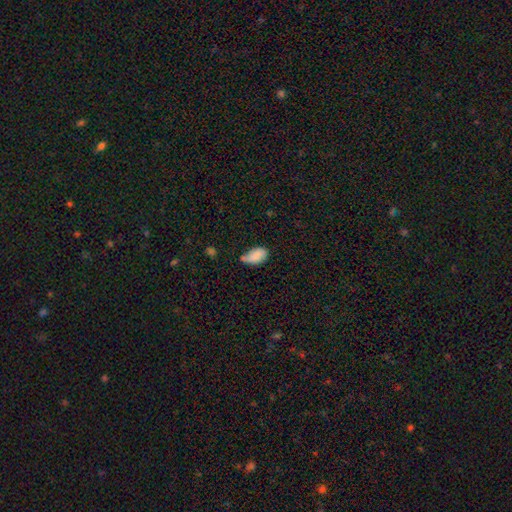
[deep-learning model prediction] Smooth or featured? Predicted: smooth (p=0.81). How rounded? Predicted: in between (p=0.93). Merging? Predicted: minor disturbance (p=0.43).